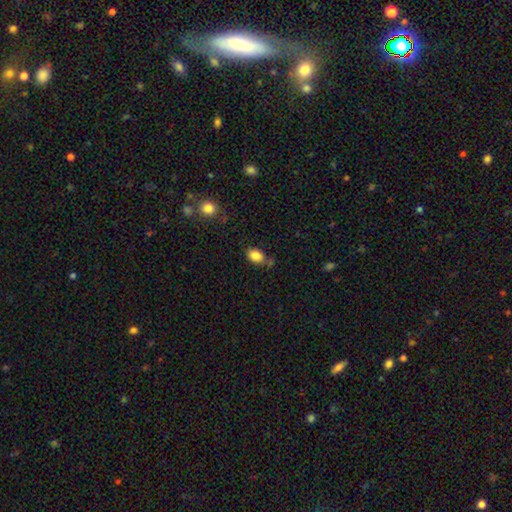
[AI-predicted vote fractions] The model was most divided on "merging": none: 65%, minor disturbance: 20%, merger: 10%, major disturbance: 5%. More confident: smooth or featured — smooth (86%); how rounded — in between (82%).